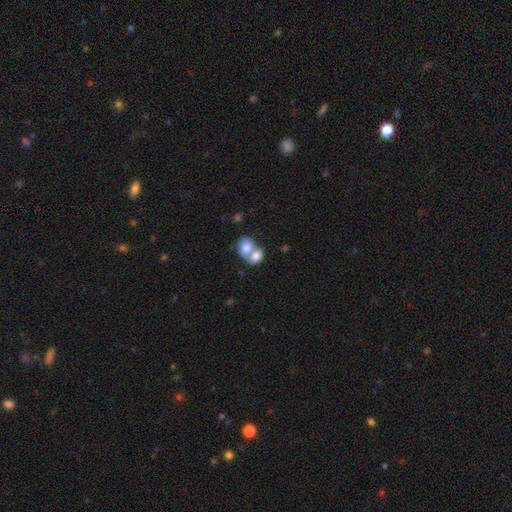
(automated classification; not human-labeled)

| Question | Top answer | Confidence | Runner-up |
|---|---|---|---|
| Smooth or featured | smooth | 74% | featured or disk (19%) |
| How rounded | in between | 64% | round (35%) |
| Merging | merger | 72% | none (19%) |